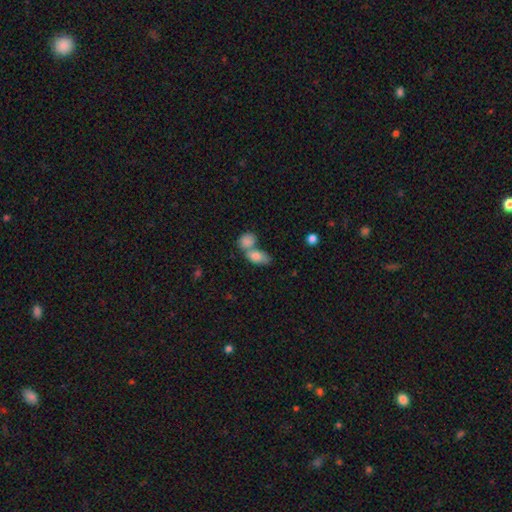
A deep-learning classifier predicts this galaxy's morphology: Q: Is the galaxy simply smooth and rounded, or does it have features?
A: smooth — 82%.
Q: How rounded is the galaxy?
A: in between — 86%.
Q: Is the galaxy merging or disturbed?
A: merger — 62%.